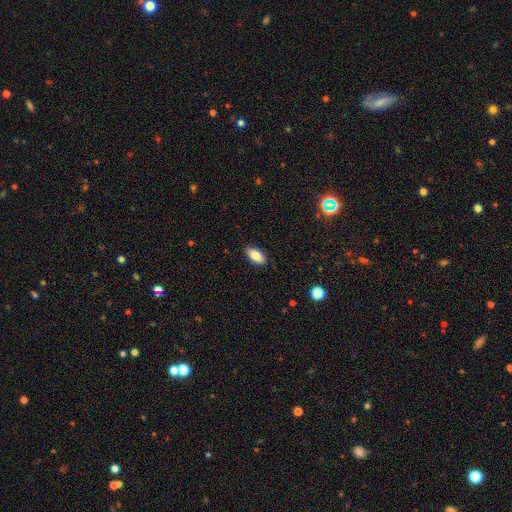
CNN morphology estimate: A smooth galaxy with no disk features (83%) that is in between round and cigar-shaped (89%).

Vote fractions:
- Smooth or featured? smooth: 83% / featured or disk: 10% / star or artifact: 7%
- How rounded? in between: 89% / cigar-shaped: 9% / round: 3%
- Merging? none: 88% / minor disturbance: 9% / major disturbance: 2% / merger: 1%